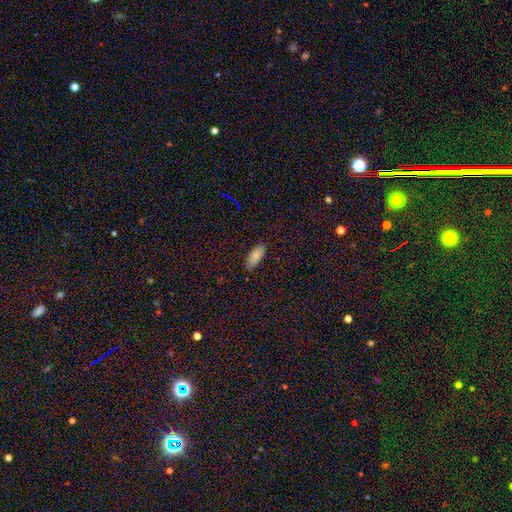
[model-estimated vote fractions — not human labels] The model was most divided on "how rounded": in between: 82%, cigar-shaped: 16%, round: 2%. More confident: merging — none (85%); smooth or featured — smooth (81%).